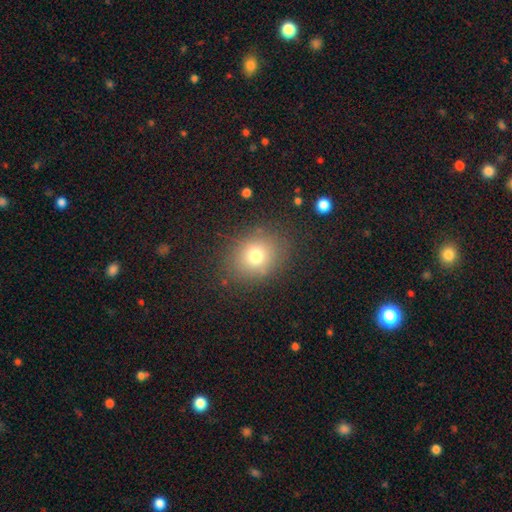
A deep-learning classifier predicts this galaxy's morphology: Overall: smooth (73%). How rounded: round (61%; in between 38%). Merging: none (83%).